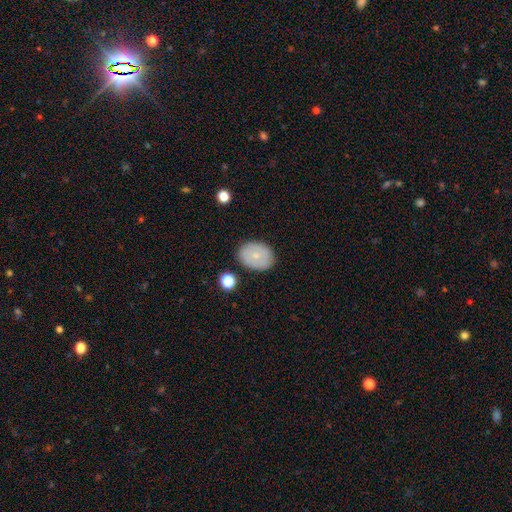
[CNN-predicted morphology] smooth-or-featured: smooth: 70% | featured or disk: 22% | star or artifact: 8%
  how-rounded: in between: 60% | round: 39% | cigar-shaped: 1%
  merging: none: 84% | minor disturbance: 11% | major disturbance: 3% | merger: 2%